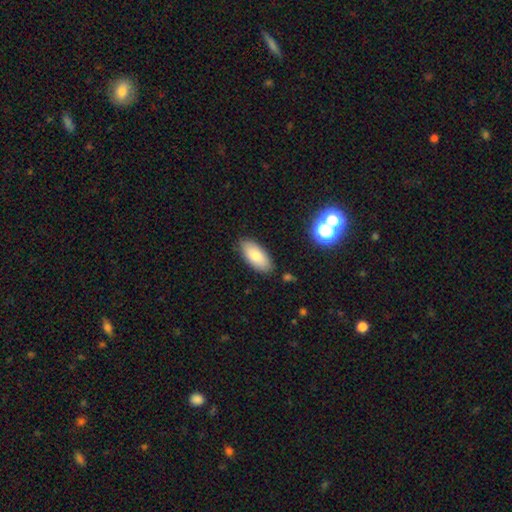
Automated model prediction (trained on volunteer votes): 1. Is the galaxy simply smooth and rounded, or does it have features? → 82% smooth, 11% featured or disk, 7% star or artifact.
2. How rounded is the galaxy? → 90% in between, 8% cigar-shaped, 2% round.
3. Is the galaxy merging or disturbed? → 85% none, 11% minor disturbance, 2% major disturbance, 2% merger.